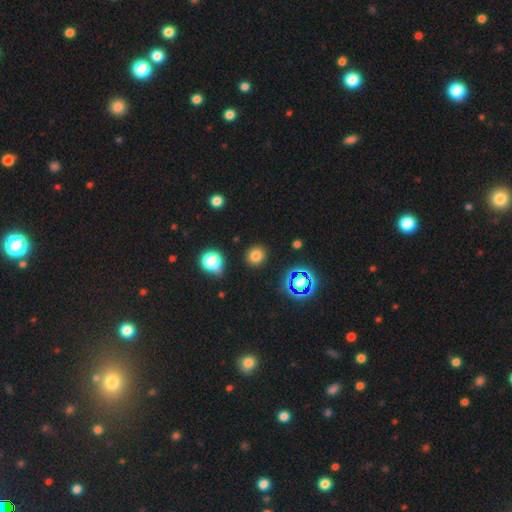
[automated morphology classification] A smooth galaxy with no disk features (75%) that is round (87%).

Vote fractions:
- Smooth or featured? smooth: 75% / star or artifact: 19% / featured or disk: 6%
- How rounded? round: 87% / in between: 12% / cigar-shaped: 1%
- Merging? none: 88% / minor disturbance: 7% / major disturbance: 3% / merger: 2%